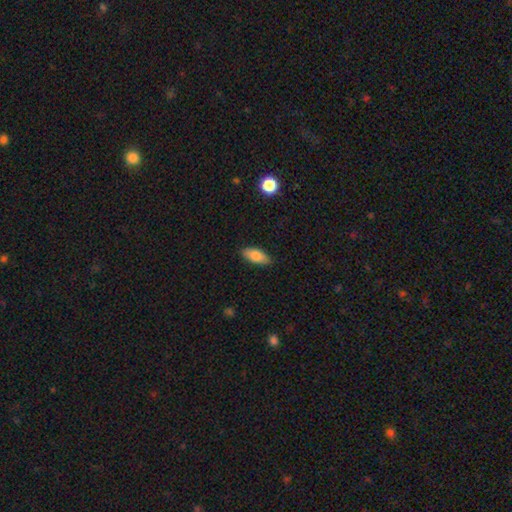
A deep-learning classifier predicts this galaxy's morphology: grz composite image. It shows a smooth galaxy with no disk features (82%) that is in between round and cigar-shaped (84%). Merging: none (85%).